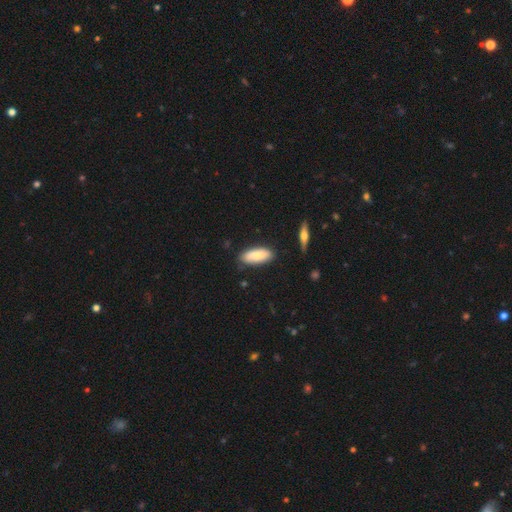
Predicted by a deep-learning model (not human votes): The model was most divided on "how rounded": in between: 74%, cigar-shaped: 24%, round: 2%. More confident: merging — none (81%); smooth or featured — smooth (81%).